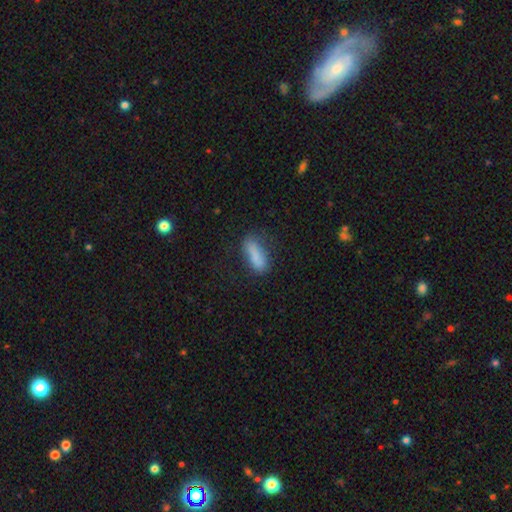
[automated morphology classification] smooth_or_featured: smooth (p=0.82) [alt: featured or disk p=0.10]
how_rounded: in between (p=0.63) [alt: cigar-shaped p=0.34]
merging: none (p=0.69) [alt: minor disturbance p=0.20]